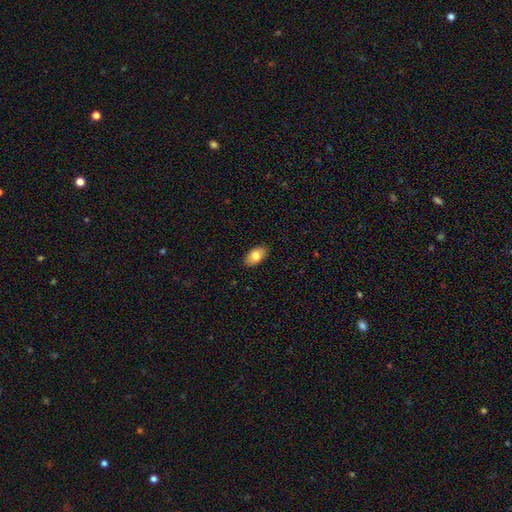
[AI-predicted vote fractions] The model was most divided on "smooth or featured": smooth: 79%, featured or disk: 14%, star or artifact: 7%. More confident: how rounded — in between (93%); merging — none (89%).